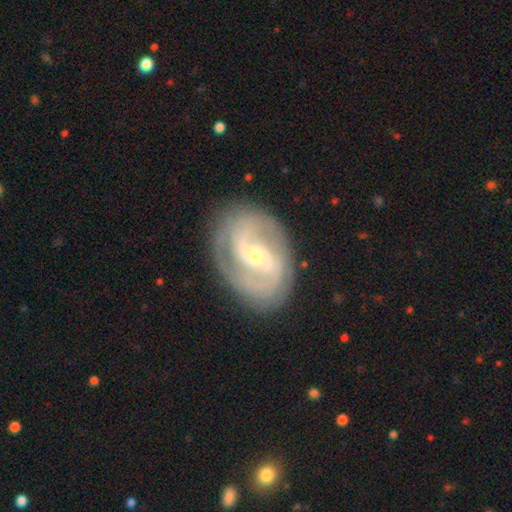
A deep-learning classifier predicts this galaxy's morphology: type=featured or disk (87%); edge-on=no (97%); bar=weak (44%); spiral arms=yes (96%); winding=medium (45%); arm count=2 (70%); bulge=small (69%); merging=none (79%).